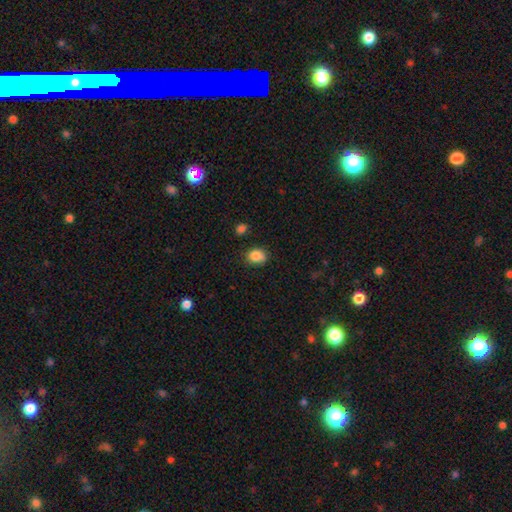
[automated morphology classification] smooth-or-featured: smooth: 86% | star or artifact: 9% | featured or disk: 5%
  how-rounded: in between: 50% | round: 49% | cigar-shaped: 1%
  merging: none: 76% | minor disturbance: 18% | major disturbance: 3% | merger: 3%